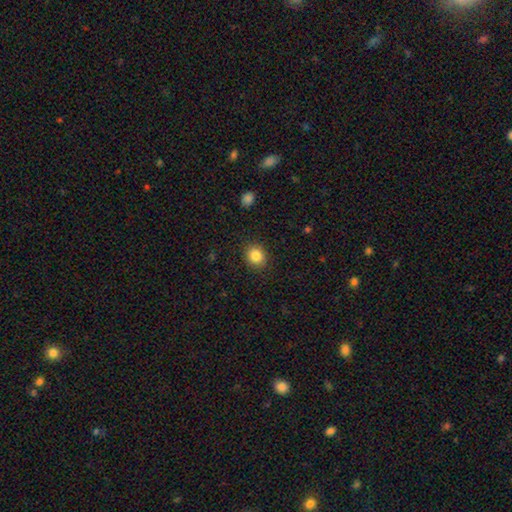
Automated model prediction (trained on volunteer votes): A smooth galaxy with no disk features (85%) that is round (74%).

Vote fractions:
- Smooth or featured? smooth: 85% / star or artifact: 10% / featured or disk: 5%
- How rounded? round: 74% / in between: 26% / cigar-shaped: 1%
- Merging? none: 89% / minor disturbance: 8% / major disturbance: 2% / merger: 1%